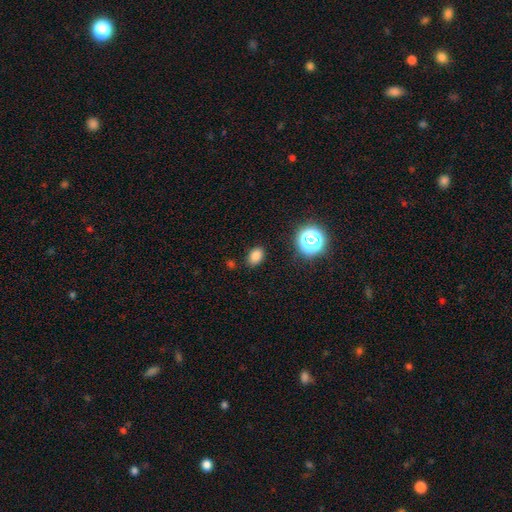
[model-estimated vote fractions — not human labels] This appears to be a smooth galaxy with no disk features (80%) that is in between round and cigar-shaped (77%). Merging: none (85%).